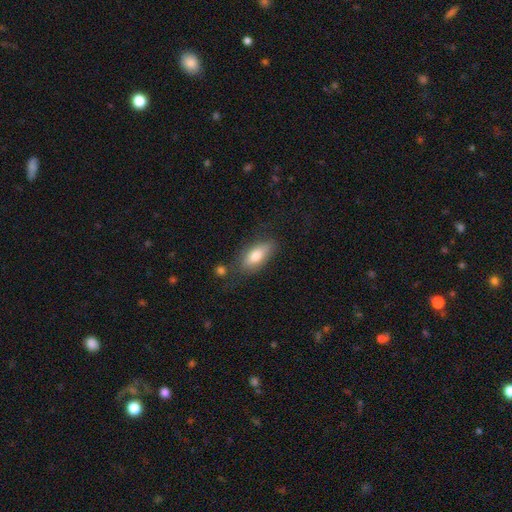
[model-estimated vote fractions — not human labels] smooth-or-featured: smooth: 73% | featured or disk: 20% | star or artifact: 7%
  how-rounded: in between: 77% | cigar-shaped: 20% | round: 3%
  merging: none: 71% | minor disturbance: 18% | major disturbance: 5% | merger: 5%